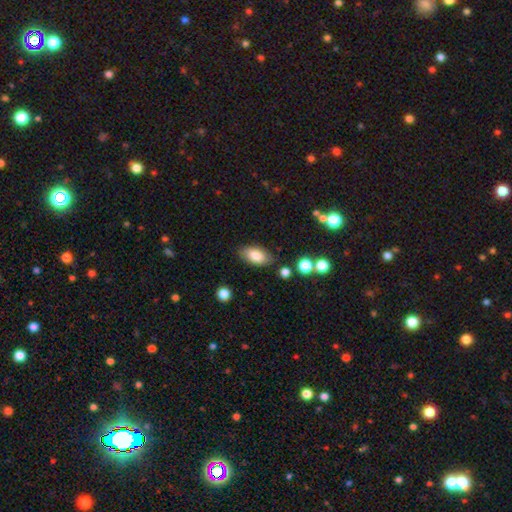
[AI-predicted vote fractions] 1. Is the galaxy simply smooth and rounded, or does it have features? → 83% smooth, 10% featured or disk, 7% star or artifact.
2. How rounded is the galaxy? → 92% in between, 4% cigar-shaped, 4% round.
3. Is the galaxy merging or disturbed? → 81% none, 13% minor disturbance, 3% major disturbance, 3% merger.